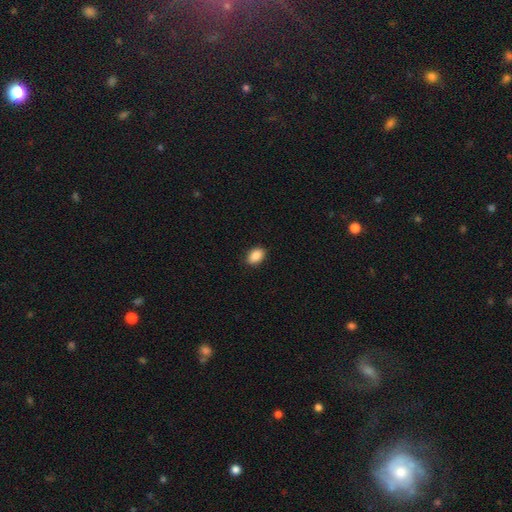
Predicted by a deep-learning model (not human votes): This is clearly a smooth galaxy (90%). How rounded: clearly in between (85%). Merging: clearly none (88%).